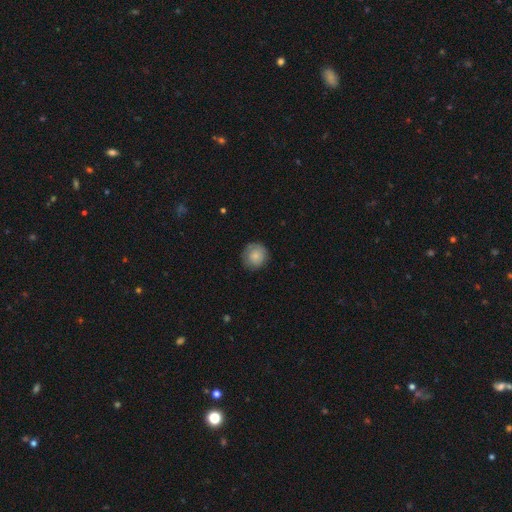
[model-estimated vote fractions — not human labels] This is clearly a smooth galaxy (82%). How rounded: clearly round (91%). Merging: clearly none (82%).